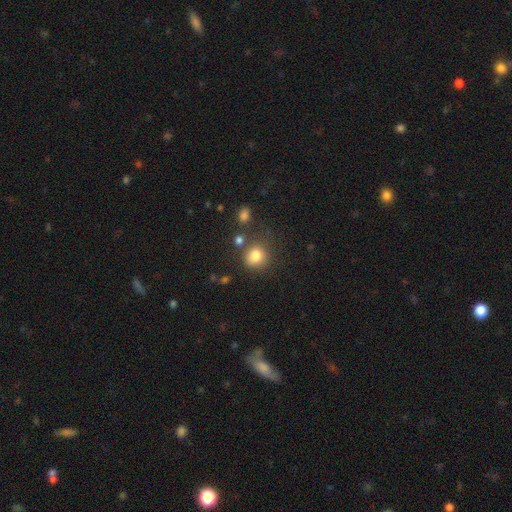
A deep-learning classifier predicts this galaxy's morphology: type=smooth (82%); roundness=round (82%); merging=none (71%).